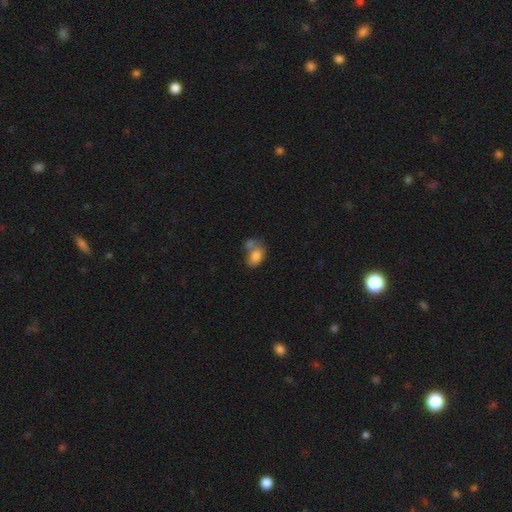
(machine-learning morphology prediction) The model was most divided on "merging": merger: 49%, none: 28%, minor disturbance: 15%, major disturbance: 8%. More confident: how rounded — in between (81%); smooth or featured — smooth (78%).